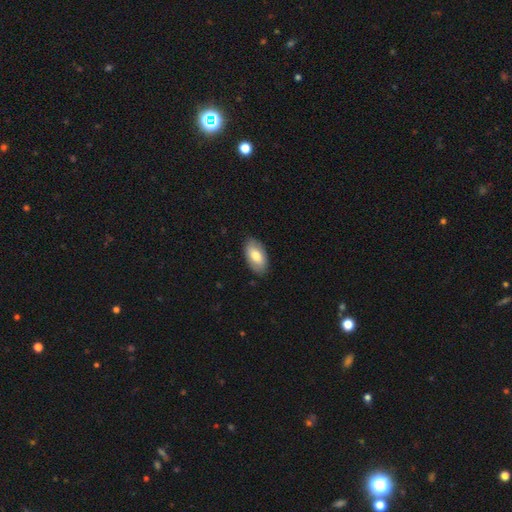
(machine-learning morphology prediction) smooth_or_featured: smooth (p=0.71) [alt: featured or disk p=0.23]
how_rounded: in between (p=0.94) [alt: round p=0.04]
merging: none (p=0.85) [alt: minor disturbance p=0.11]